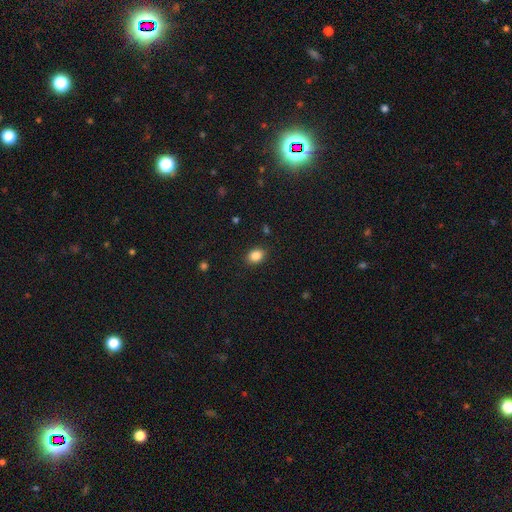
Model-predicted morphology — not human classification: The model was most divided on "how rounded": in between: 63%, round: 36%, cigar-shaped: 1%. More confident: merging — none (88%); smooth or featured — smooth (85%).